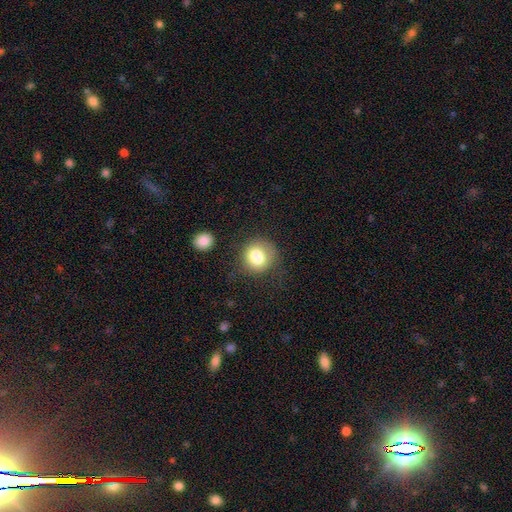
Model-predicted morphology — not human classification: Smooth or featured?
  - smooth: 81% *
  - featured or disk: 10%
  - star or artifact: 9%
How rounded?
  - round: 83% *
  - in between: 16%
  - cigar-shaped: 1%
Merging?
  - none: 65% *
  - minor disturbance: 20%
  - major disturbance: 10%
  - merger: 6%